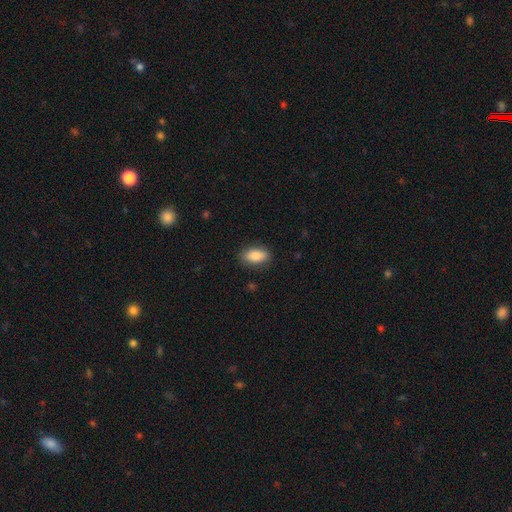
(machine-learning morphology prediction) The model was most divided on "smooth or featured": smooth: 84%, featured or disk: 9%, star or artifact: 7%. More confident: how rounded — in between (88%); merging — none (86%).